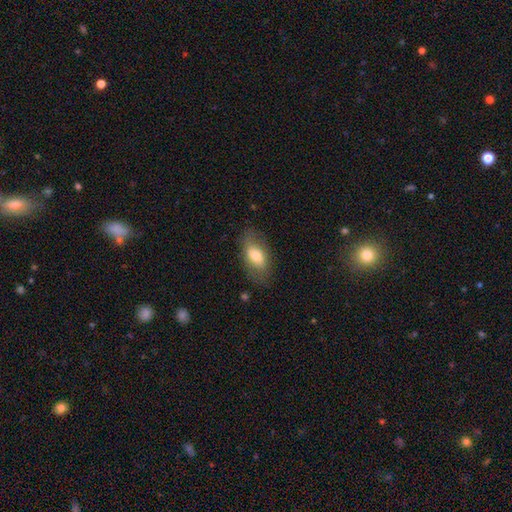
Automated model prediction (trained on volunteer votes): A smooth galaxy with no disk features (67%) that is in between round and cigar-shaped (90%).

Vote fractions:
- Smooth or featured? smooth: 67% / featured or disk: 26% / star or artifact: 7%
- How rounded? in between: 90% / round: 6% / cigar-shaped: 4%
- Merging? none: 76% / minor disturbance: 17% / major disturbance: 6% / merger: 1%